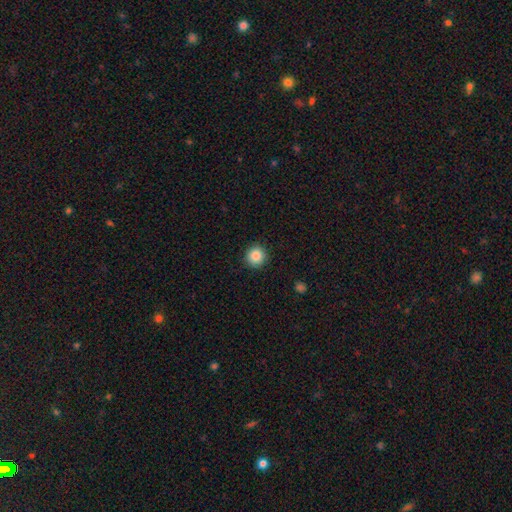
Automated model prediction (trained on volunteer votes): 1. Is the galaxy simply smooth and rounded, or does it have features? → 87% smooth, 9% star or artifact, 4% featured or disk.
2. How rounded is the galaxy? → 93% round, 6% in between, 1% cigar-shaped.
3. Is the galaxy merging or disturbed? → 91% none, 6% minor disturbance, 2% major disturbance, 1% merger.